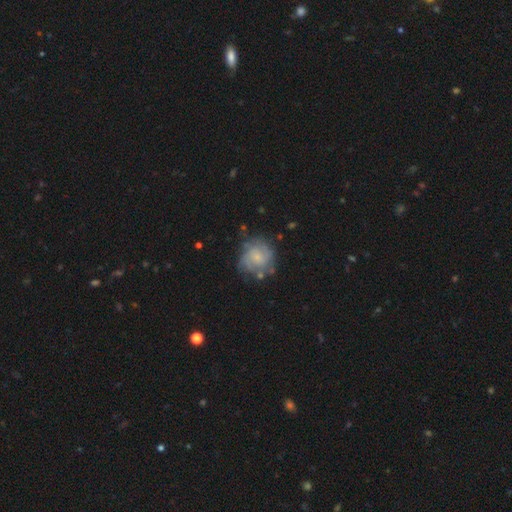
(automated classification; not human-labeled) Q: Smooth or featured?
A: featured or disk (60%); runner-up: smooth (32%)
Q: Edge-on disk?
A: no (98%); runner-up: yes (2%)
Q: Bar?
A: no (71%); runner-up: weak (26%)
Q: Spiral arms?
A: yes (83%); runner-up: no (17%)
Q: Bulge size?
A: small (66%); runner-up: moderate (22%)
Q: Merging?
A: none (64%); runner-up: minor disturbance (22%)